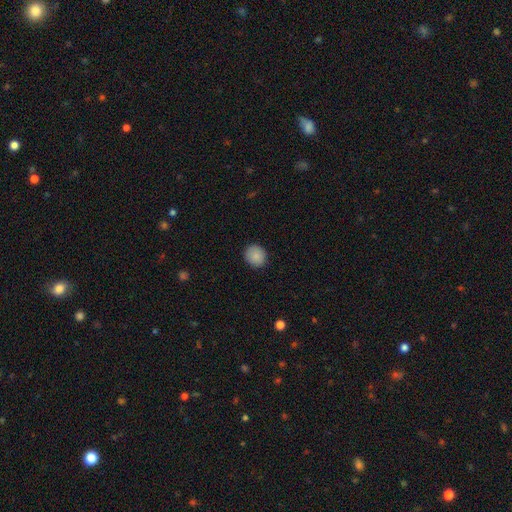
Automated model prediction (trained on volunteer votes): smooth 87%, star or artifact 8%, featured or disk 5%. Down the decision tree: how rounded — round (82%); merging — none (90%).